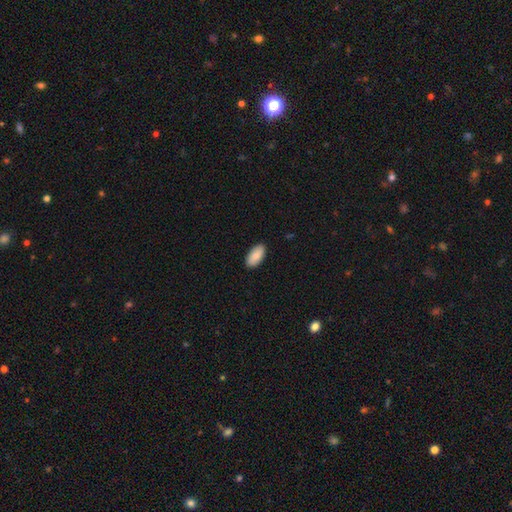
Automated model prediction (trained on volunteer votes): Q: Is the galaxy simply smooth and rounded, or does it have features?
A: smooth — 85%.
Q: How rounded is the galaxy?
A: in between — 94%.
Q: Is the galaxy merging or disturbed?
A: none — 89%.